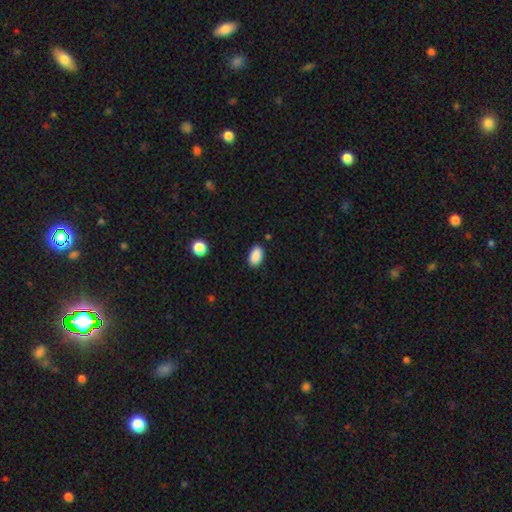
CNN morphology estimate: smooth-or-featured: smooth: 89% | star or artifact: 8% | featured or disk: 3%
  how-rounded: in between: 91% | round: 7% | cigar-shaped: 1%
  merging: none: 87% | minor disturbance: 9% | major disturbance: 2% | merger: 1%